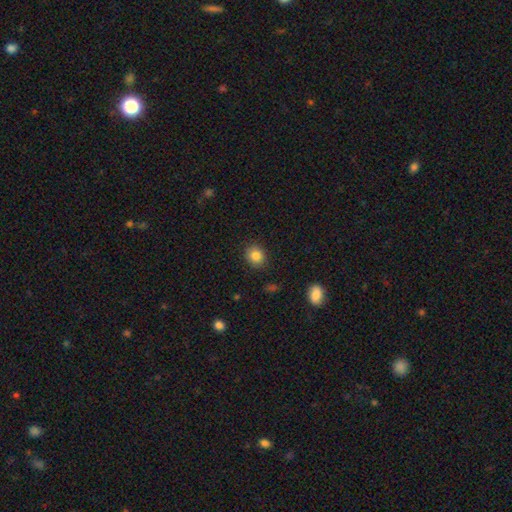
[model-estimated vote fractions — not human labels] Overall: smooth (84%). How rounded: round (72%). Merging: none (89%).